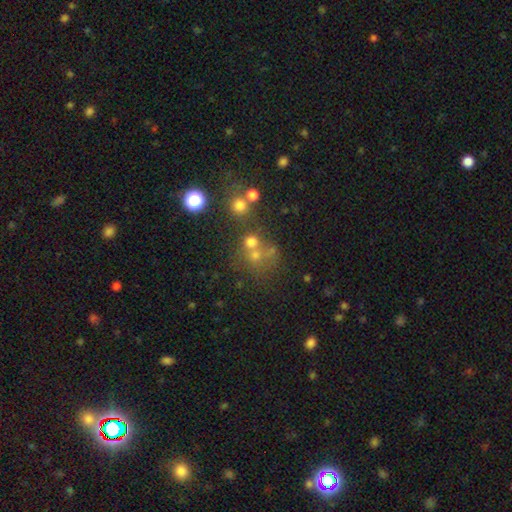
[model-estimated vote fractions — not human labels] smooth-or-featured: smooth: 48% | star or artifact: 33% | featured or disk: 19%
  merging: none: 49% | merger: 36% | minor disturbance: 9% | major disturbance: 6%